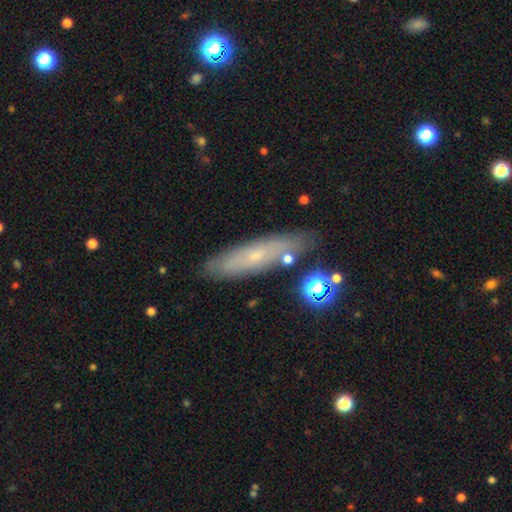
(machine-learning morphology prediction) Smooth or featured: smooth — 47% (featured or disk — 43%)
Merging: none — 80% (minor disturbance — 13%)